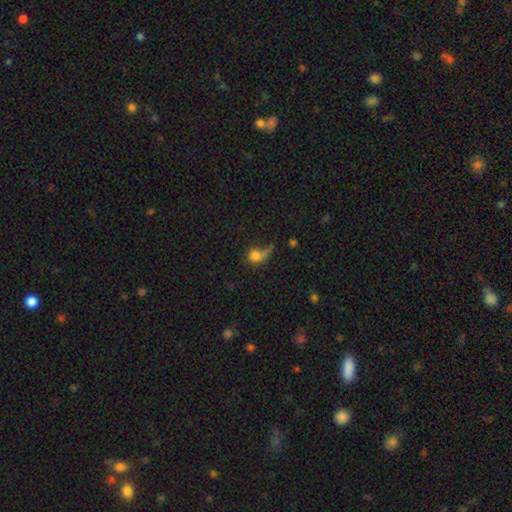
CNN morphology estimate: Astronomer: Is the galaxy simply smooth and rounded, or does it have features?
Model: smooth — 71%.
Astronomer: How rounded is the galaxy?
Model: round — 70%.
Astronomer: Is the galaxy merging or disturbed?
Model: major disturbance — 33% (runner-up: none, 31%).